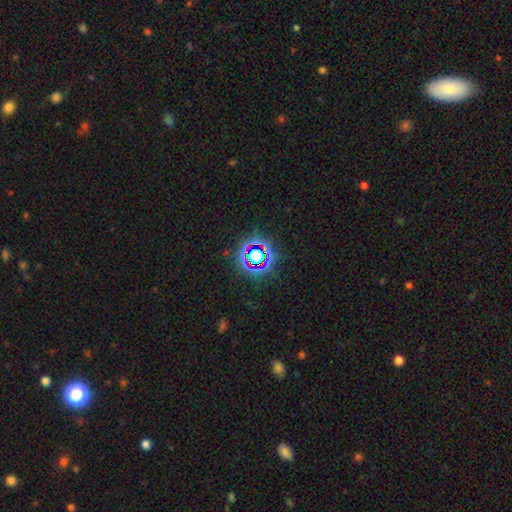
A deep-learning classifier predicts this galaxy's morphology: Smooth or featured? Predicted: star or artifact (p=0.68).